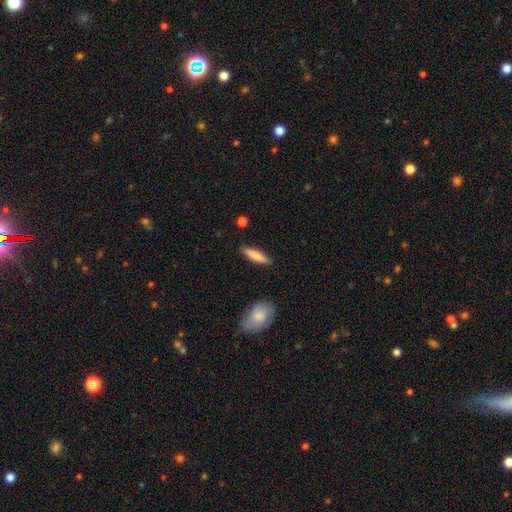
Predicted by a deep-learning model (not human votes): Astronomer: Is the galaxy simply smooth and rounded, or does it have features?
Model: smooth — 77%.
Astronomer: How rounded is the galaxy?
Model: cigar-shaped — 75%.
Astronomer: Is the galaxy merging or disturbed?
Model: none — 88%.